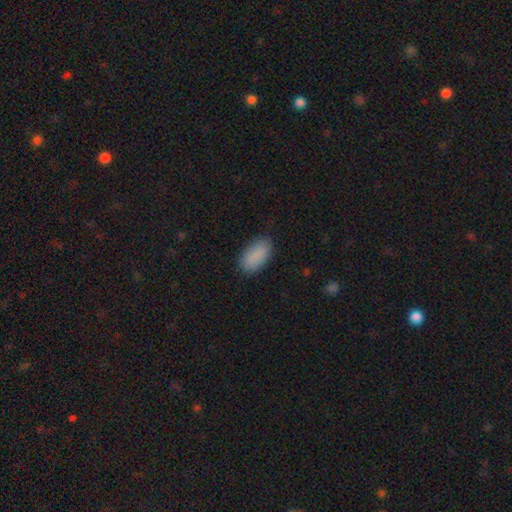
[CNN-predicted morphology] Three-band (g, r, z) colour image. It shows a smooth galaxy with no disk features (89%) that is in between round and cigar-shaped (93%). Merging: none (85%).